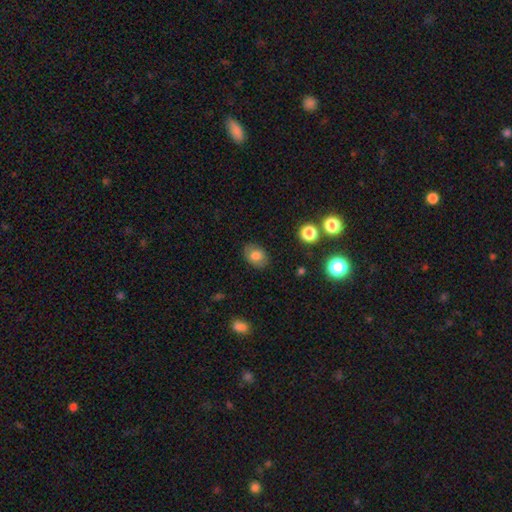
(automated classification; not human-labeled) Smooth or featured: smooth — 76% (featured or disk — 14%)
How rounded: in between — 71% (round — 28%)
Merging: none — 83% (minor disturbance — 12%)